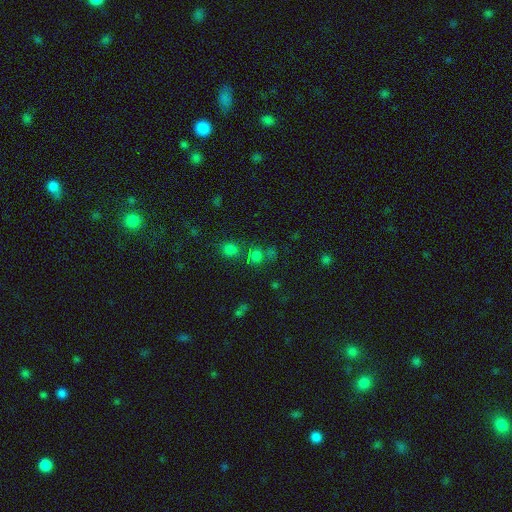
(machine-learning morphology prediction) Smooth or featured: smooth — 57% (star or artifact — 35%)
How rounded: round — 78% (in between — 21%)
Merging: none — 60% (merger — 23%)